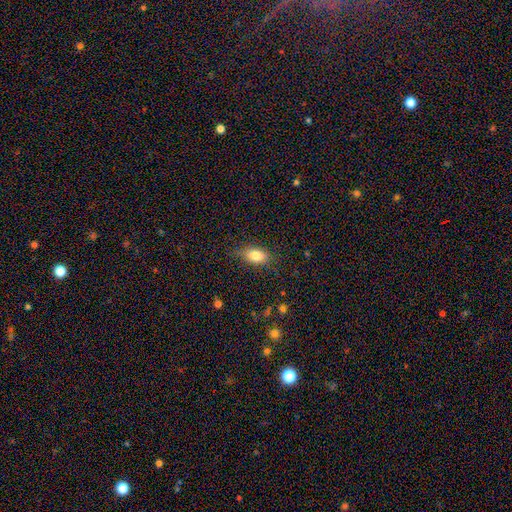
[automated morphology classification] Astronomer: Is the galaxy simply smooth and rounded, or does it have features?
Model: smooth — 80%.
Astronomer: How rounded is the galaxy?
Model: in between — 84%.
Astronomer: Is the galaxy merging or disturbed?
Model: none — 76%.